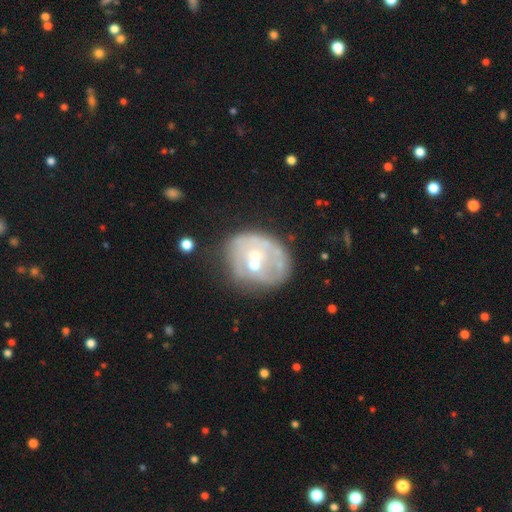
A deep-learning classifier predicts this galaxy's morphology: A featured or disk galaxy (59%) with no bar (87%), no spiral arms (78%) and a moderate central bulge (46%).

Vote fractions:
- Smooth or featured? featured or disk: 59% / smooth: 32% / star or artifact: 9%
- Edge-on disk? no: 97% / yes: 3%
- Bar? no: 87% / weak: 10% / strong: 3%
- Spiral arms? no: 78% / yes: 22%
- Bulge size? moderate: 46% / small: 43% / none: 7% / large: 3% / dominant: 2%
- Merging? none: 37% / merger: 23% / minor disturbance: 22% / major disturbance: 19%